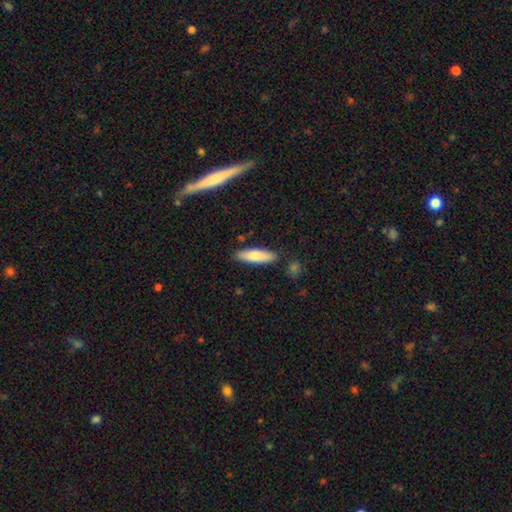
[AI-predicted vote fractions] Smooth or featured: smooth — 80% (featured or disk — 14%)
How rounded: cigar-shaped — 59% (in between — 39%)
Merging: none — 84% (minor disturbance — 11%)